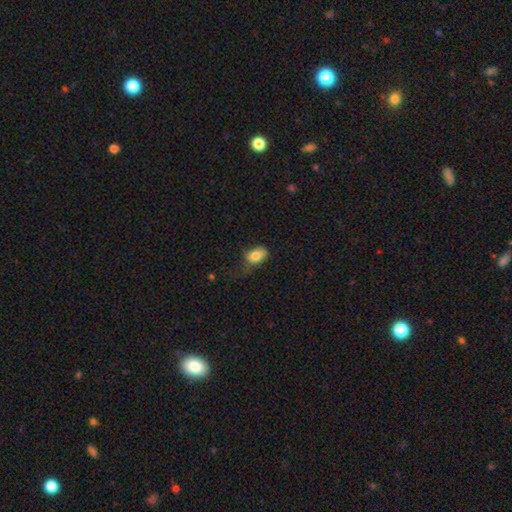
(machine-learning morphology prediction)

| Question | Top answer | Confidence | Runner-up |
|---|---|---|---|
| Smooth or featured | smooth | 82% | featured or disk (10%) |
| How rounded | in between | 83% | round (15%) |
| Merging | none | 41% | minor disturbance (35%) |